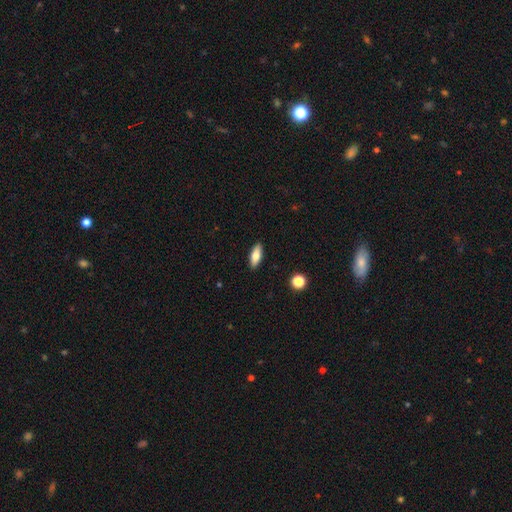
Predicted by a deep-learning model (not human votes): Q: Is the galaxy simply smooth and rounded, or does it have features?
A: smooth — 76%.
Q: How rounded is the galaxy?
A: in between — 70%.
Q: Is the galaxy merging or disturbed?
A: none — 90%.